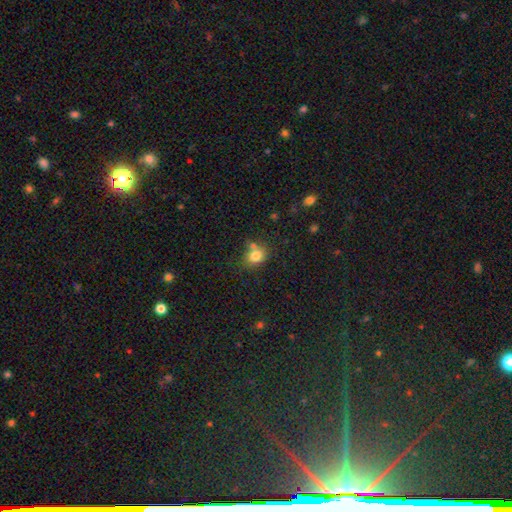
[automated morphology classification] smooth_or_featured: smooth (p=0.80) [alt: star or artifact p=0.12]
how_rounded: round (p=0.62) [alt: in between p=0.37]
merging: none (p=0.60) [alt: merger p=0.21]